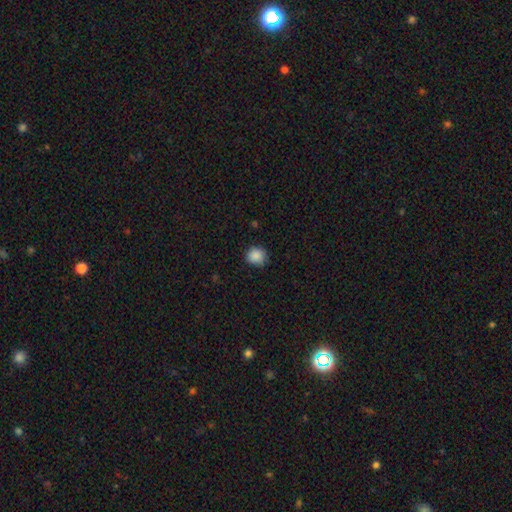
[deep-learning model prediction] smooth-or-featured: smooth: 88% | star or artifact: 9% | featured or disk: 3%
  how-rounded: round: 86% | in between: 13% | cigar-shaped: 1%
  merging: none: 82% | minor disturbance: 15% | major disturbance: 3% | merger: 1%